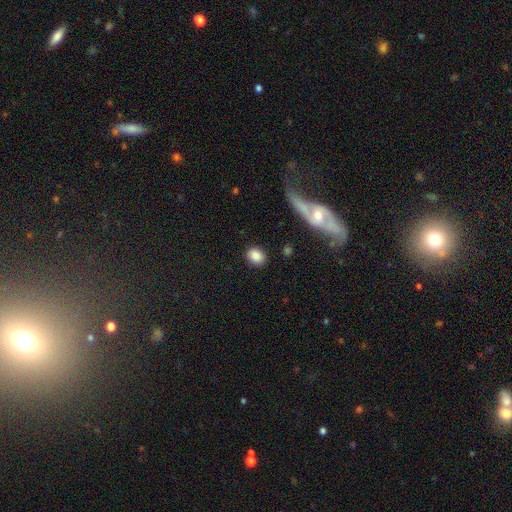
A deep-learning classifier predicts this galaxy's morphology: Overall: smooth (85%). How rounded: in between (50%; round 49%). Merging: none (87%).